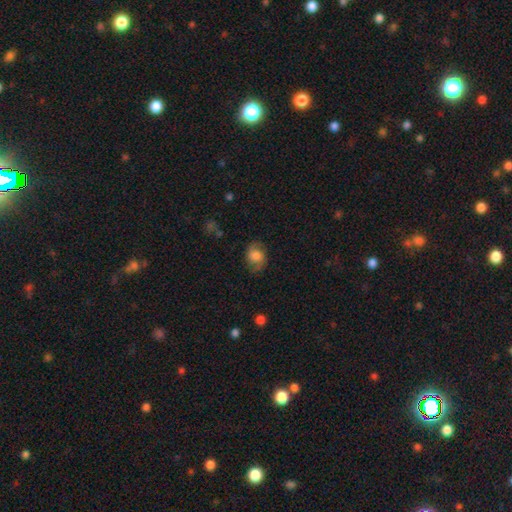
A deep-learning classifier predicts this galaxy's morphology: Q: Smooth or featured?
A: smooth (58%); runner-up: featured or disk (33%)
Q: How rounded?
A: in between (56%); runner-up: round (43%)
Q: Merging?
A: none (70%); runner-up: minor disturbance (20%)